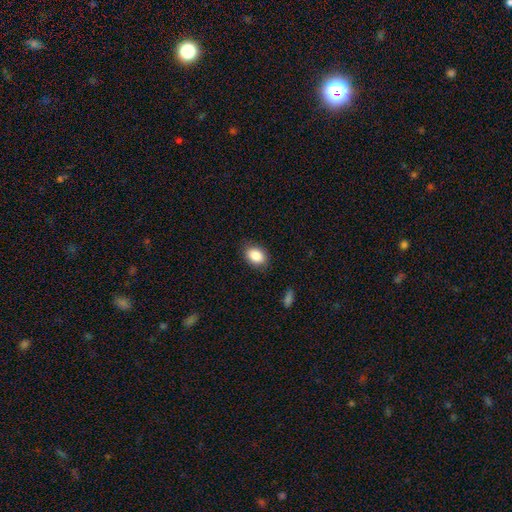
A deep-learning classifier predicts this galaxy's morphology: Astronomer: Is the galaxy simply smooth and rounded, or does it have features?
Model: smooth — 86%.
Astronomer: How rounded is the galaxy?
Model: in between — 80%.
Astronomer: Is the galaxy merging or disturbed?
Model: none — 84%.